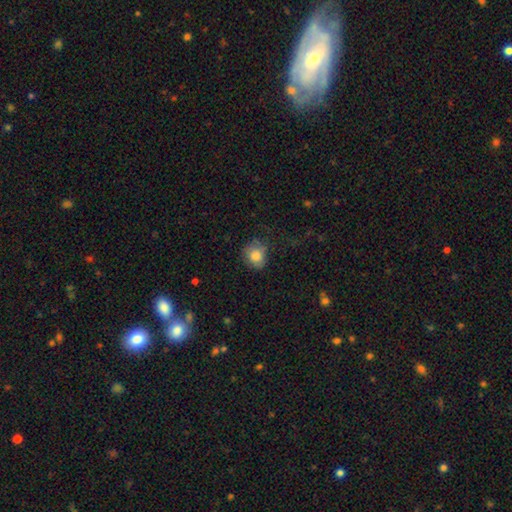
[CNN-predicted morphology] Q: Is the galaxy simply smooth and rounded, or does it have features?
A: smooth — 81%.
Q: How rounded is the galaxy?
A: round — 71%.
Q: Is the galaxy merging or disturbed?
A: none — 62%.